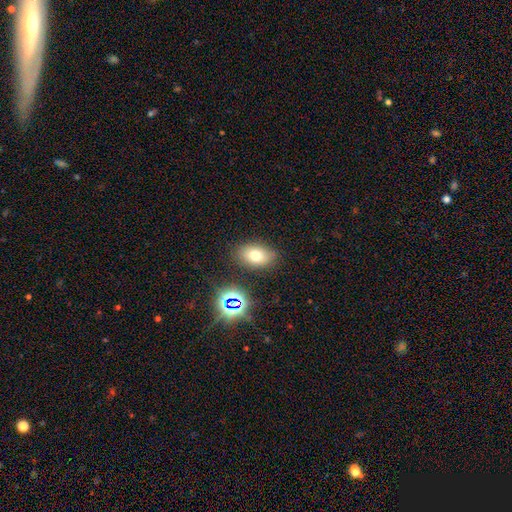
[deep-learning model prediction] Q: Smooth or featured?
A: smooth (71%); runner-up: star or artifact (16%)
Q: How rounded?
A: in between (83%); runner-up: round (15%)
Q: Merging?
A: none (83%); runner-up: minor disturbance (11%)